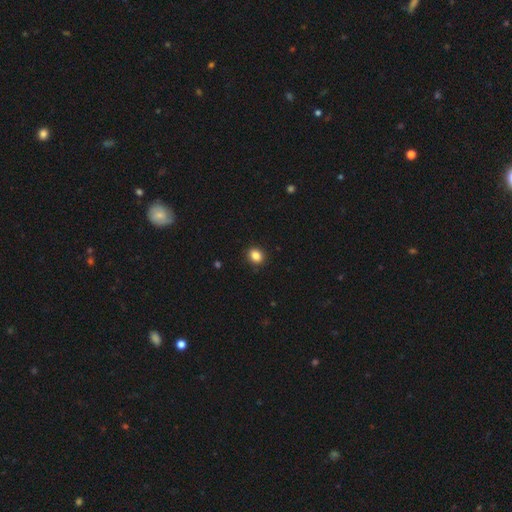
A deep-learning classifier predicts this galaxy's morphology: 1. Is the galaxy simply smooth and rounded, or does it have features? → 86% smooth, 10% star or artifact, 4% featured or disk.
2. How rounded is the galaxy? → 66% round, 33% in between, 1% cigar-shaped.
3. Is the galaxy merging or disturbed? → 90% none, 7% minor disturbance, 2% major disturbance, 1% merger.